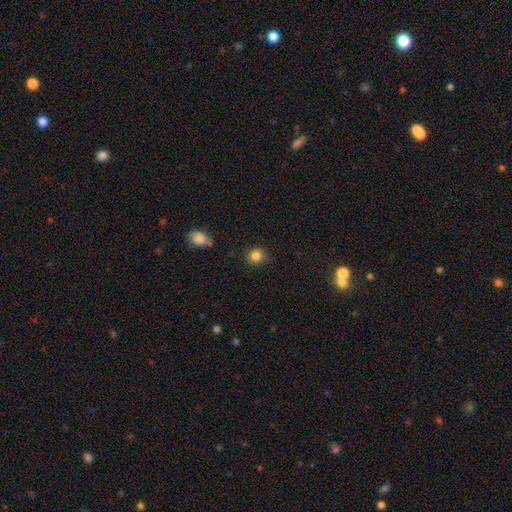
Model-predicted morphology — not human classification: A smooth galaxy with no disk features (84%) that is round (84%).

Vote fractions:
- Smooth or featured? smooth: 84% / star or artifact: 11% / featured or disk: 5%
- How rounded? round: 84% / in between: 15% / cigar-shaped: 1%
- Merging? none: 80% / minor disturbance: 15% / major disturbance: 3% / merger: 2%